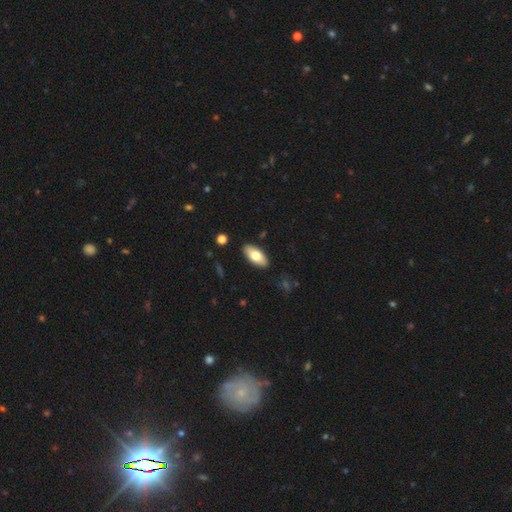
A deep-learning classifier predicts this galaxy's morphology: Overall: smooth (73%). How rounded: in between (89%). Merging: none (89%).